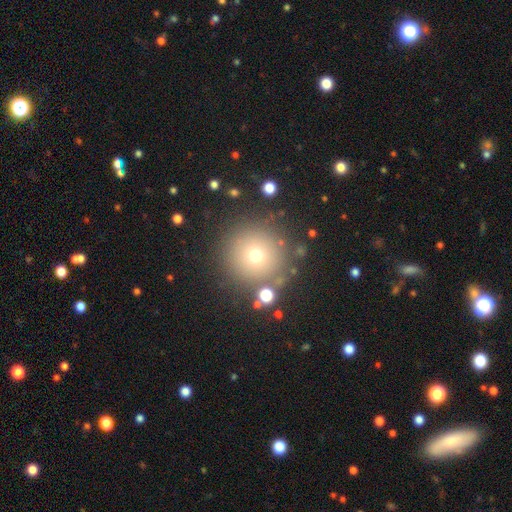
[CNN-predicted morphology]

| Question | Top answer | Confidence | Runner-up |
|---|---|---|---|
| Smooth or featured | smooth | 67% | star or artifact (20%) |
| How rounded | round | 96% | in between (3%) |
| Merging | none | 85% | minor disturbance (7%) |